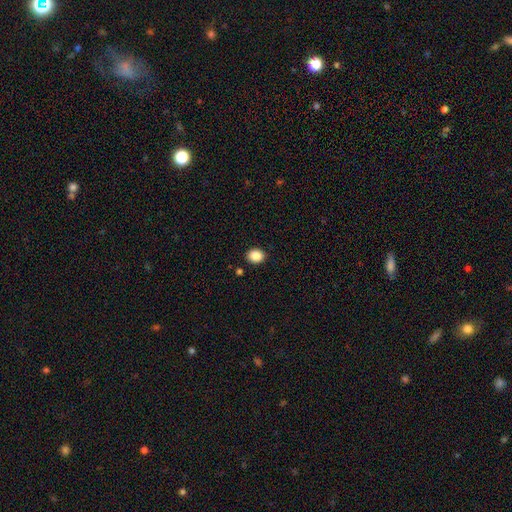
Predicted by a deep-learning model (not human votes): Smooth or featured? Predicted: smooth (p=0.88). How rounded? Predicted: round (p=0.54). Merging? Predicted: none (p=0.89).